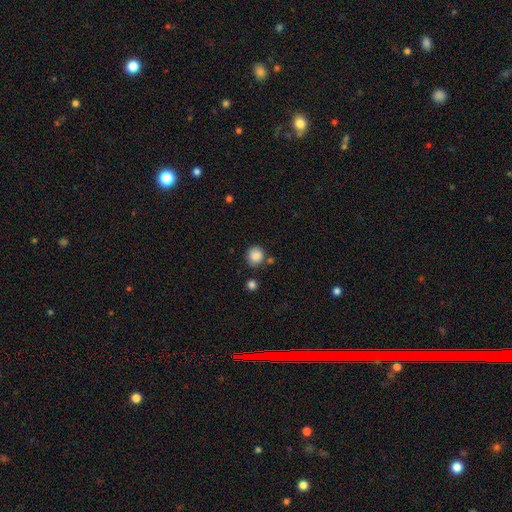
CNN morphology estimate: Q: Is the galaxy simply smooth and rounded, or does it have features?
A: smooth — 87%.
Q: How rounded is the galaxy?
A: round — 87%.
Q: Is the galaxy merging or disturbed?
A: none — 78%.